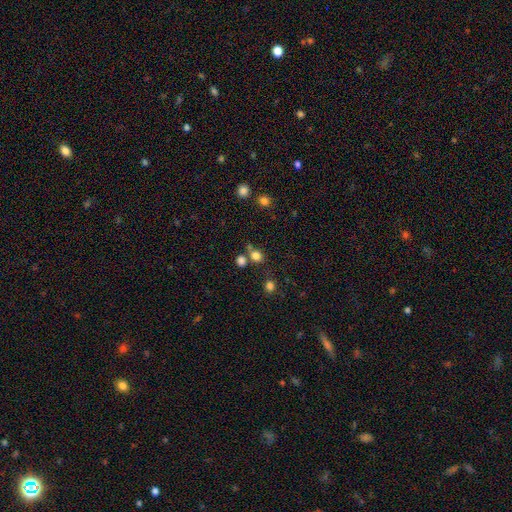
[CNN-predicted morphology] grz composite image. It shows a smooth galaxy with no disk features (77%) that is round (76%). Merging: none (62%).